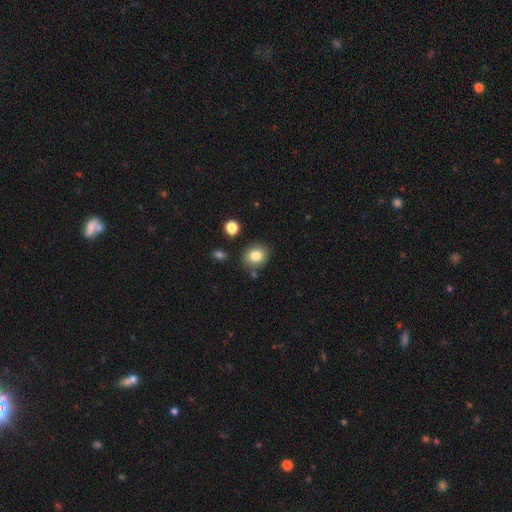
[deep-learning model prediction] smooth-or-featured: smooth: 82% | star or artifact: 10% | featured or disk: 8%
  how-rounded: round: 64% | in between: 35% | cigar-shaped: 1%
  merging: none: 81% | minor disturbance: 11% | merger: 5% | major disturbance: 3%